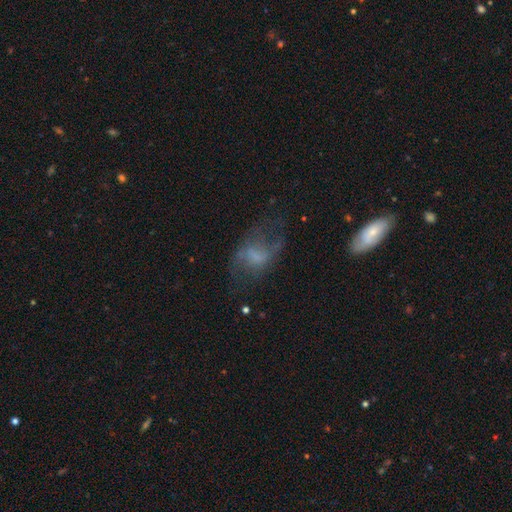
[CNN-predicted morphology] Overall: featured or disk (54%; smooth 33%). Edge-on disk: no (95%). Bar: no (48%; weak 39%). Spiral arms: yes (57%; no 43%). Bulge size: none (49%; small 24%). Merging: none (44%; major disturbance 32%).